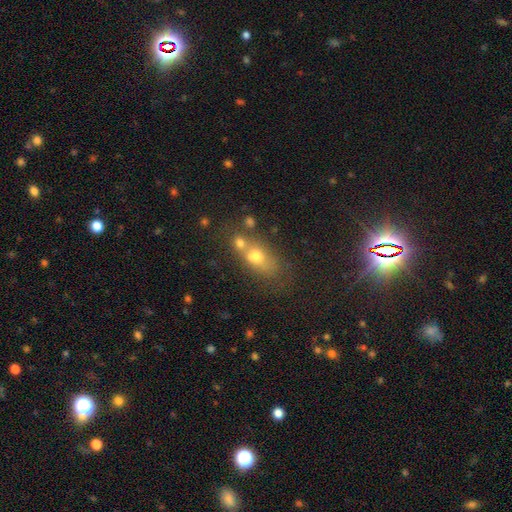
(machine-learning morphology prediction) Q: Smooth or featured?
A: smooth (63%); runner-up: featured or disk (23%)
Q: How rounded?
A: in between (64%); runner-up: round (30%)
Q: Merging?
A: merger (48%); runner-up: none (32%)